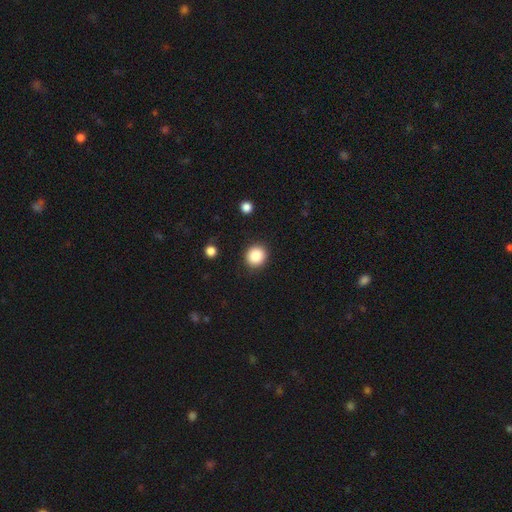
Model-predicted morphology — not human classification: This appears to be a smooth galaxy with no disk features (87%) that is round (87%). Merging: none (89%).